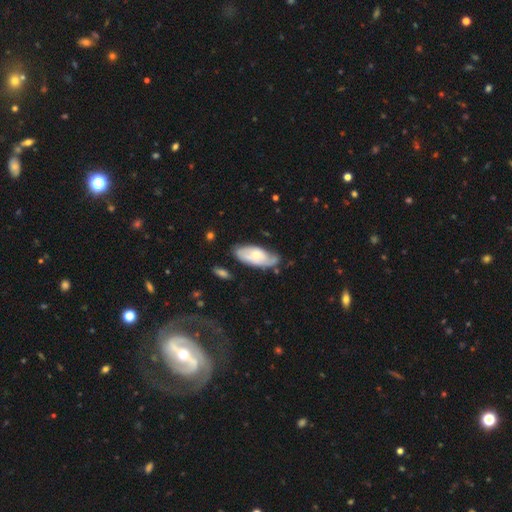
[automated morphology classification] Smooth or featured: featured or disk — 57% (smooth — 38%)
Edge-on disk: no — 88% (yes — 12%)
Merging: none — 61% (minor disturbance — 28%)